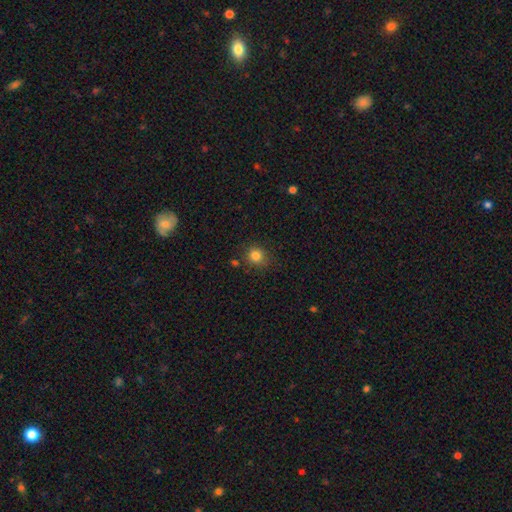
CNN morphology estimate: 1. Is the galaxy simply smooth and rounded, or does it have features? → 83% smooth, 12% star or artifact, 5% featured or disk.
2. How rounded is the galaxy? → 86% round, 13% in between, 1% cigar-shaped.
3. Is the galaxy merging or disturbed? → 80% none, 12% minor disturbance, 4% merger, 3% major disturbance.